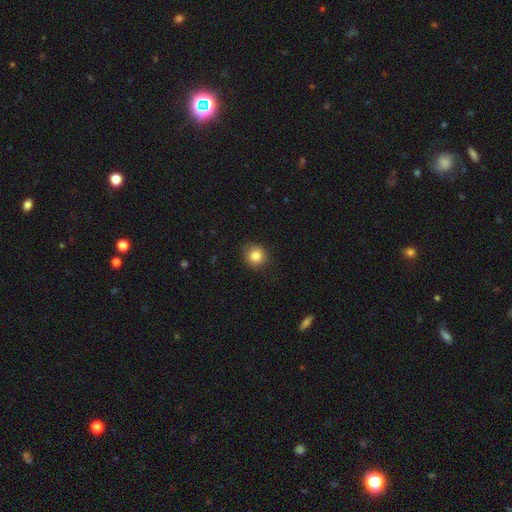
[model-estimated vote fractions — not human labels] Smooth or featured: smooth — 84% (star or artifact — 10%)
How rounded: round — 85% (in between — 14%)
Merging: none — 85% (minor disturbance — 11%)